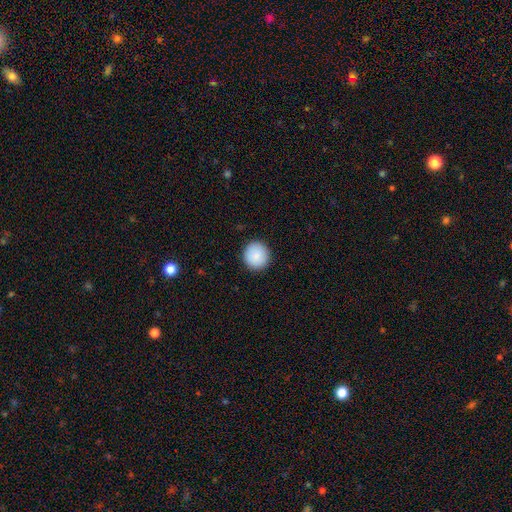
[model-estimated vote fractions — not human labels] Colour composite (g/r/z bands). It shows a smooth galaxy with no disk features (89%) that is round (94%). Merging: none (92%).